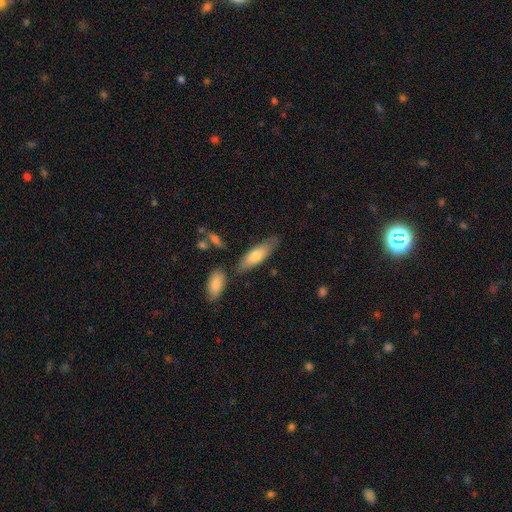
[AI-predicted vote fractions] smooth_or_featured: smooth (p=0.71) [alt: featured or disk p=0.24]
how_rounded: in between (p=0.57) [alt: cigar-shaped p=0.41]
merging: none (p=0.73) [alt: minor disturbance p=0.16]